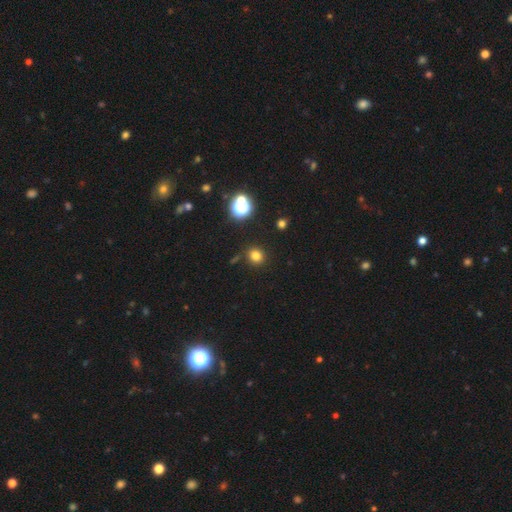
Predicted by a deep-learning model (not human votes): Smooth or featured? smooth (75%)
How rounded? round (85%)
Merging? none (85%)